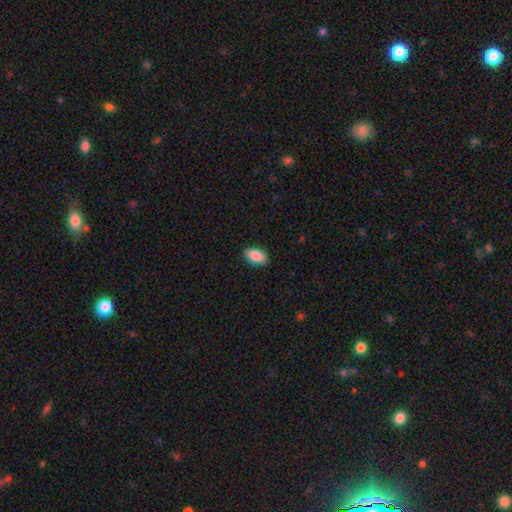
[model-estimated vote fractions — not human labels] Overall: smooth (89%). How rounded: in between (94%). Merging: none (89%).